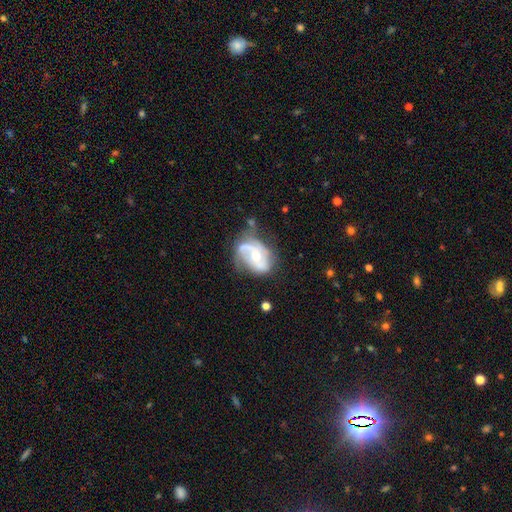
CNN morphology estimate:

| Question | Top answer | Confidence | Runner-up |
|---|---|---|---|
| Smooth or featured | featured or disk | 77% | smooth (17%) |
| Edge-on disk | no | 97% | yes (3%) |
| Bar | no | 53% | weak (33%) |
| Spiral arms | yes | 83% | no (17%) |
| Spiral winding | medium | 41% | loose (35%) |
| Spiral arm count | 2 | 65% | can't tell (15%) |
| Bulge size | moderate | 62% | small (32%) |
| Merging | none | 40% | minor disturbance (30%) |